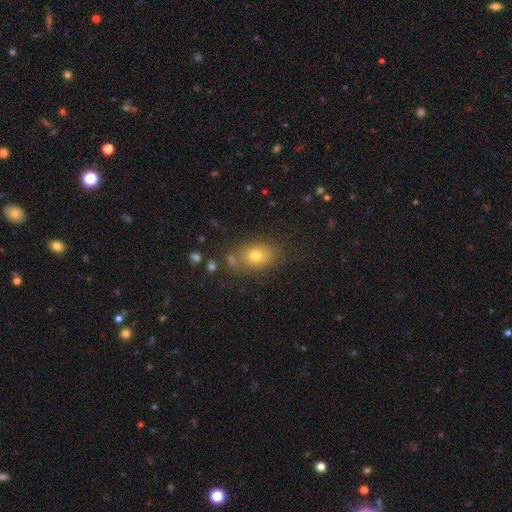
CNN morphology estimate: Smooth or featured? smooth (74%)
How rounded? in between (69%)
Merging? none (74%)